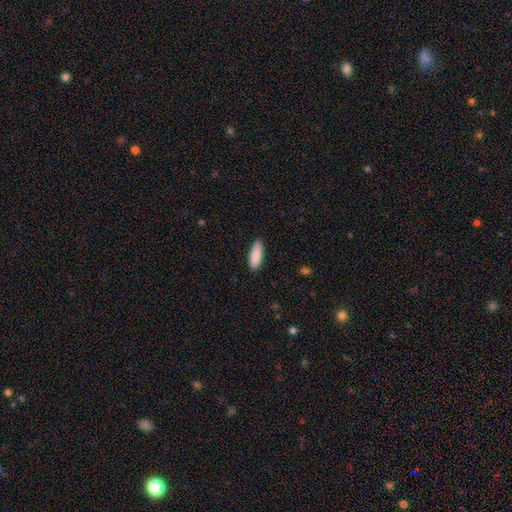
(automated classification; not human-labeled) This is clearly a smooth galaxy (88%). How rounded: likely in between (61%). Merging: clearly none (86%).